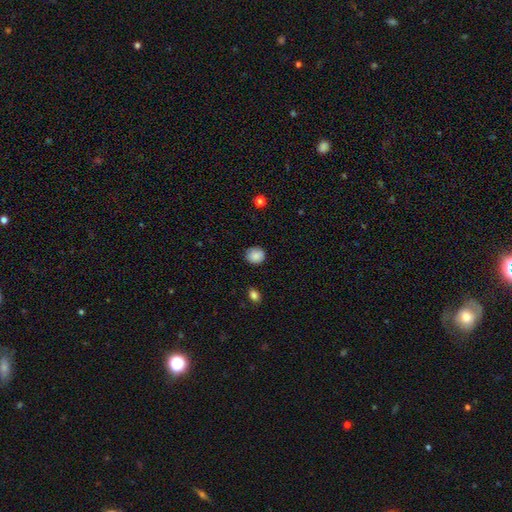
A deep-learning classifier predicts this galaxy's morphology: Overall: smooth (87%). How rounded: round (78%). Merging: none (83%).